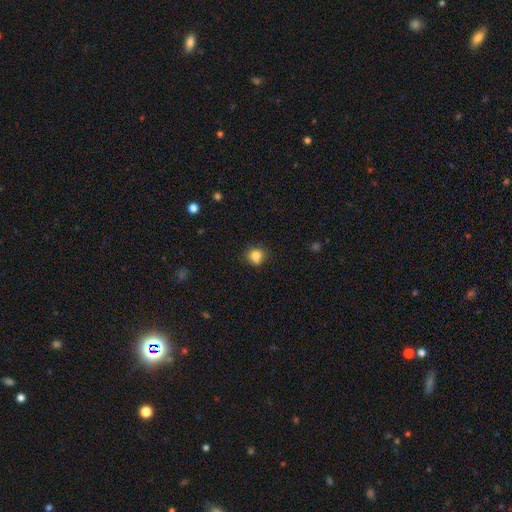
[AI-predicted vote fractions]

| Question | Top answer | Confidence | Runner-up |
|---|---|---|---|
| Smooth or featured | smooth | 81% | star or artifact (11%) |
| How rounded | round | 81% | in between (18%) |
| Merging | none | 68% | minor disturbance (19%) |